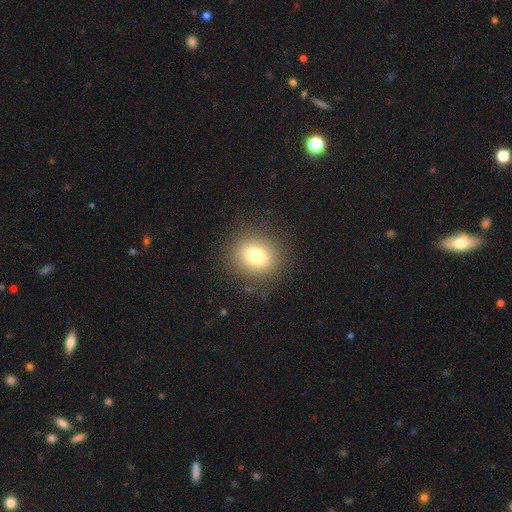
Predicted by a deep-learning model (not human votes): This appears to be a smooth galaxy with no disk features (77%) that is round (75%). Merging: none (86%).